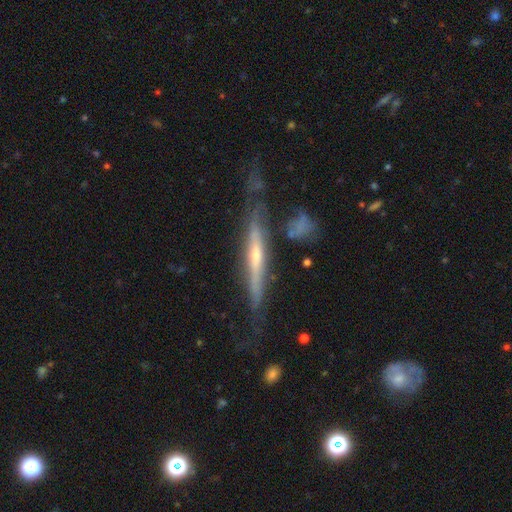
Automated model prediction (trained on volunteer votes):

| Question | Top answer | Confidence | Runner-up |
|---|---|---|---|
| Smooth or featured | featured or disk | 79% | smooth (16%) |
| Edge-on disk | yes | 89% | no (11%) |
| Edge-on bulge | rounded | 64% | none (31%) |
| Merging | none | 59% | minor disturbance (24%) |